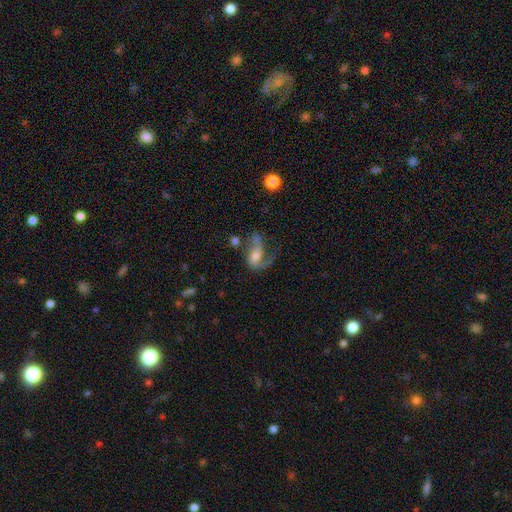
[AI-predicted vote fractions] featured or disk 64%, smooth 26%, star or artifact 9%. Down the decision tree: edge-on disk — no (96%); bar — no (48%); spiral arms — yes (82%); spiral arm count — 2 (54%); spiral winding — loose (61%); bulge size — moderate (46%); merging — major disturbance (39%).